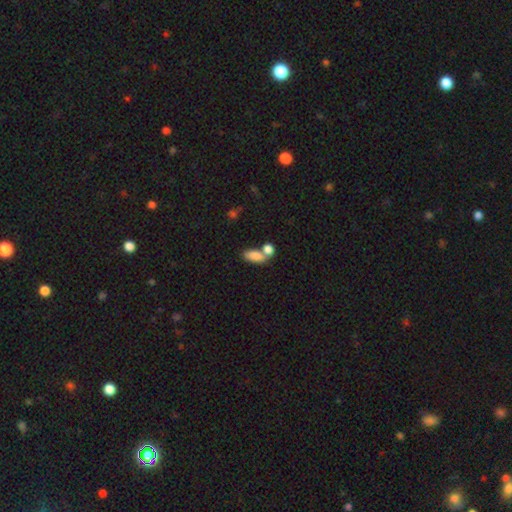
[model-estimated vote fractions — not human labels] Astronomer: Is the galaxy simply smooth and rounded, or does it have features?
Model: smooth — 84%.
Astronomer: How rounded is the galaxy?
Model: in between — 86%.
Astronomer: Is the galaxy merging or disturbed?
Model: merger — 44% (runner-up: none, 40%).